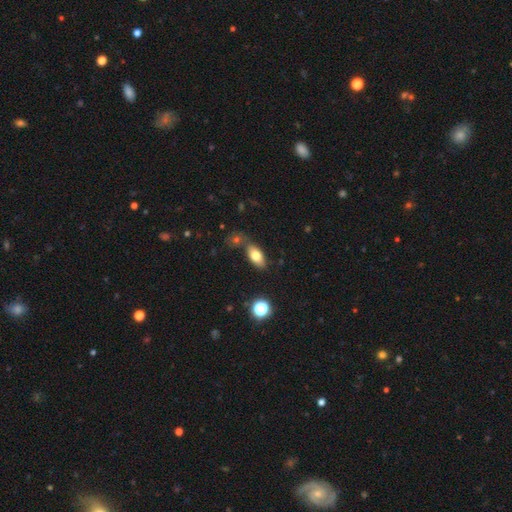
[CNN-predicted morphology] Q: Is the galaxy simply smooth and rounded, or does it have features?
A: smooth — 75%.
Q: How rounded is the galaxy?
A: in between — 86%.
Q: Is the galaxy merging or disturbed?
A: none — 65%.